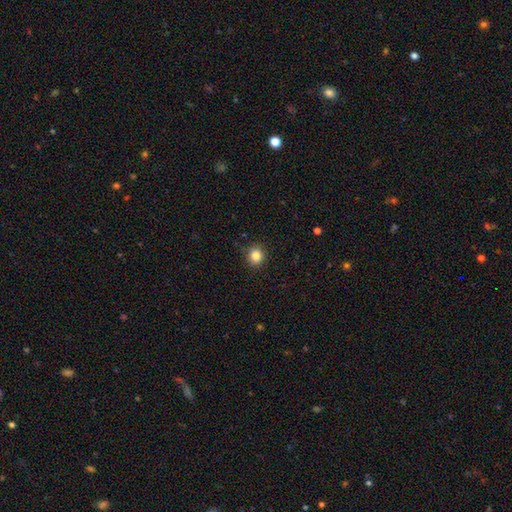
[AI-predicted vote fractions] The model was most divided on "how rounded": round: 84%, in between: 16%, cigar-shaped: 1%. More confident: merging — none (87%); smooth or featured — smooth (84%).